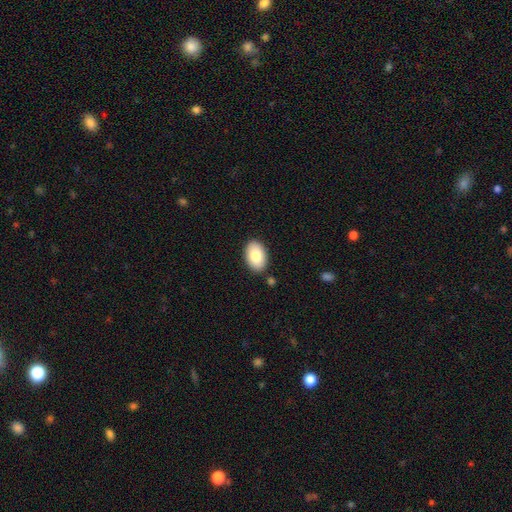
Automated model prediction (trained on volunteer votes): Smooth or featured? smooth (81%)
How rounded? in between (90%)
Merging? none (86%)